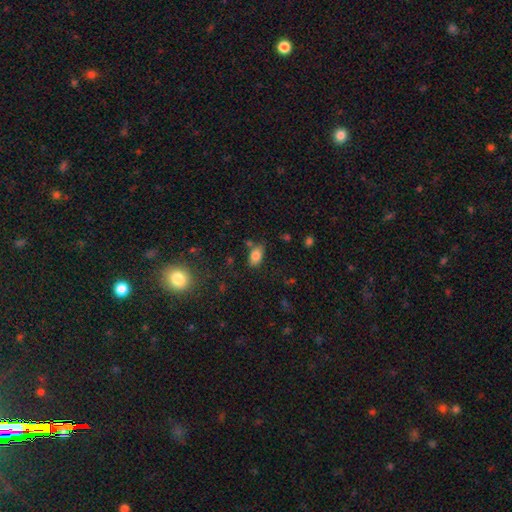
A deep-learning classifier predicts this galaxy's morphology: This is clearly a smooth galaxy (83%). How rounded: clearly in between (90%). Merging: likely none (73%).